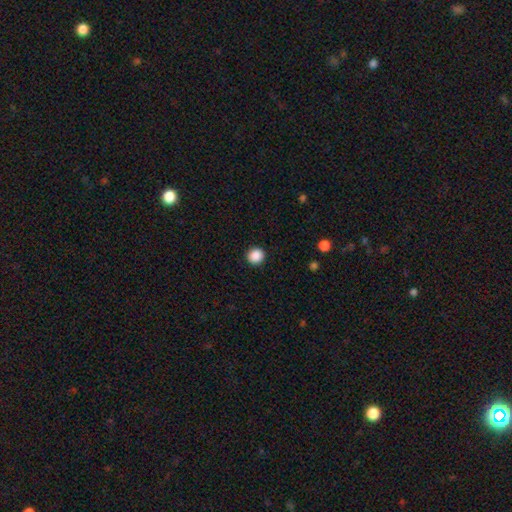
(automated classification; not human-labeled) Smooth or featured? smooth (88%)
How rounded? round (92%)
Merging? none (92%)